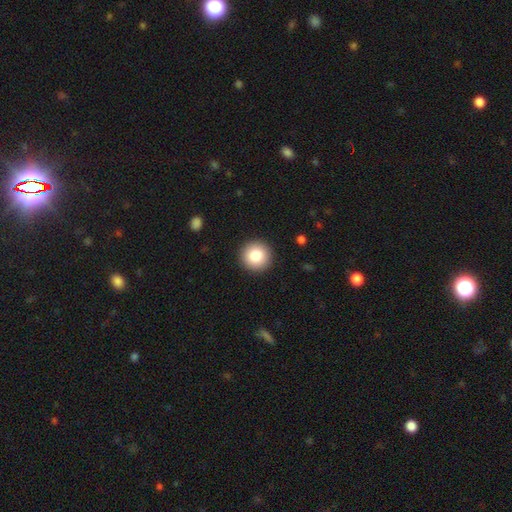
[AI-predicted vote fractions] This is clearly a smooth galaxy (84%). How rounded: clearly round (96%). Merging: clearly none (93%).